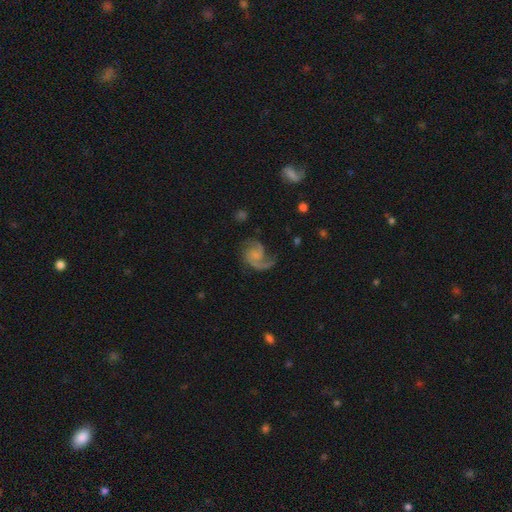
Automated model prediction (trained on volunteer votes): smooth_or_featured: featured or disk (p=0.85) [alt: smooth p=0.09]
disk_edge_on: no (p=0.98) [alt: yes p=0.02]
bar: no (p=0.66) [alt: weak p=0.29]
has_spiral_arms: yes (p=0.97) [alt: no p=0.03]
spiral_winding: medium (p=0.51) [alt: loose p=0.30]
spiral_arm_count: 2 (p=0.77) [alt: 1 p=0.15]
bulge_size: none (p=0.43) [alt: small p=0.37]
merging: none (p=0.62) [alt: minor disturbance p=0.18]